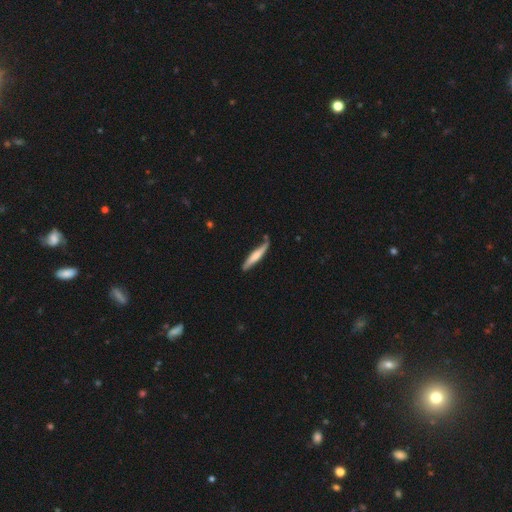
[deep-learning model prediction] Q: Smooth or featured?
A: smooth (55%); runner-up: featured or disk (40%)
Q: How rounded?
A: cigar-shaped (91%); runner-up: in between (7%)
Q: Merging?
A: none (69%); runner-up: minor disturbance (23%)